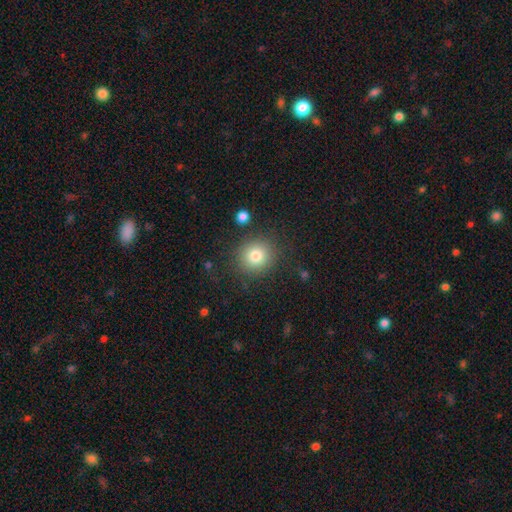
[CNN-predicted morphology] Smooth or featured: smooth — 80% (star or artifact — 11%)
How rounded: round — 87% (in between — 12%)
Merging: none — 85% (minor disturbance — 9%)